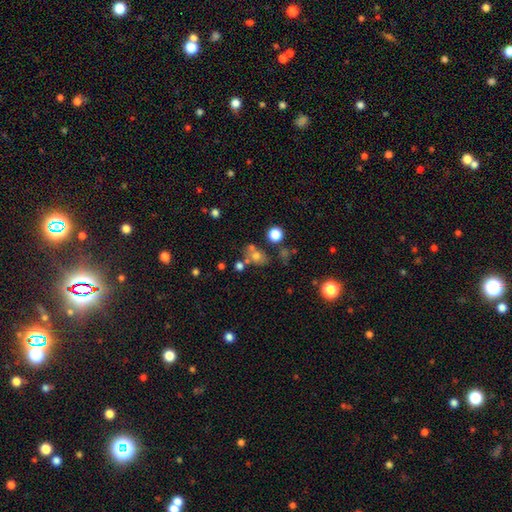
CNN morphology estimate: type=smooth (64%); roundness=round (56%); merging=none (54%).